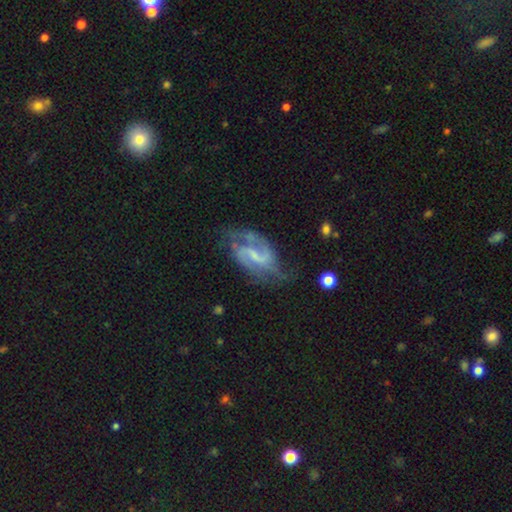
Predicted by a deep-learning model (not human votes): smooth-or-featured: featured or disk: 88% | smooth: 7% | star or artifact: 5%
  disk-edge-on: no: 97% | yes: 3%
    bar: weak: 56% | strong: 26% | no: 18%
    has-spiral-arms: yes: 96% | no: 4%
      spiral-winding: medium: 55% | loose: 26% | tight: 19%
      spiral-arm-count: 2: 84% | can't tell: 6% | 3: 4% | 1: 2% | 4: 1% | more than 4: 1%
    bulge-size: small: 47% | none: 30% | moderate: 20% | large: 2% | dominant: 1%
  merging: none: 60% | minor disturbance: 22% | major disturbance: 15% | merger: 3%